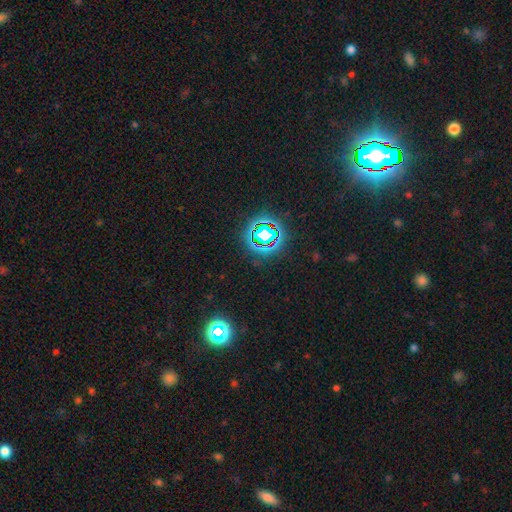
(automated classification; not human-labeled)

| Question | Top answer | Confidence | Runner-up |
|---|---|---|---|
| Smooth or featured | star or artifact | 78% | smooth (15%) |